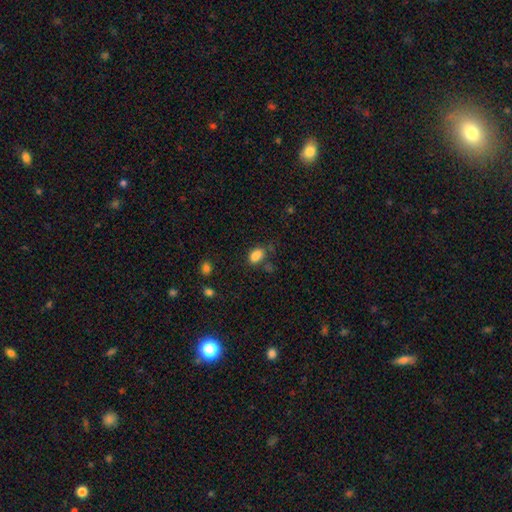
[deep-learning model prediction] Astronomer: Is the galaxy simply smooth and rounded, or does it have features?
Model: smooth — 84%.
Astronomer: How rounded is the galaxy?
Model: in between — 85%.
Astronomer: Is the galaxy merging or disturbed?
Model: none — 62%.